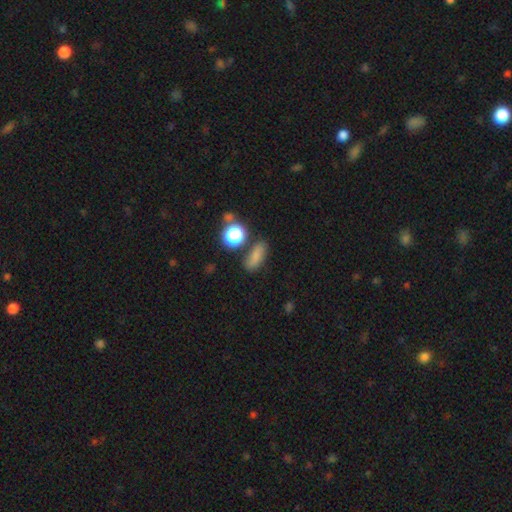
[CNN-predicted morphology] smooth_or_featured: smooth (p=0.75) [alt: star or artifact p=0.17]
how_rounded: in between (p=0.64) [alt: cigar-shaped p=0.19]
merging: none (p=0.72) [alt: minor disturbance p=0.15]